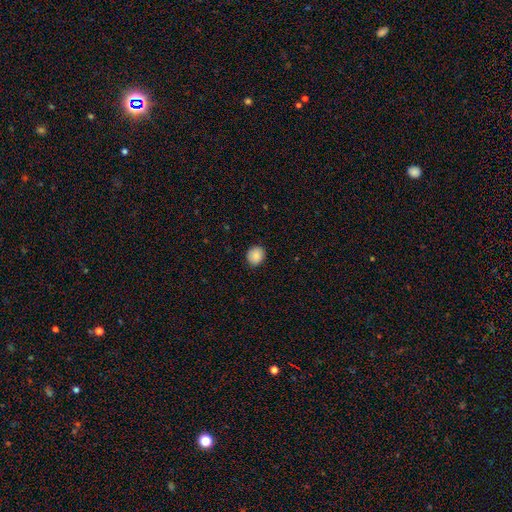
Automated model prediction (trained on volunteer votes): Smooth or featured: smooth — 86% (star or artifact — 8%)
How rounded: round — 81% (in between — 18%)
Merging: none — 89% (minor disturbance — 9%)